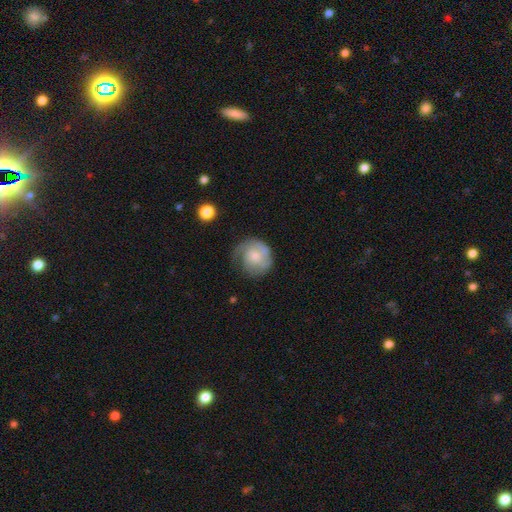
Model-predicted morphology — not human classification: smooth_or_featured: featured or disk (p=0.57) [alt: smooth p=0.37]
disk_edge_on: no (p=0.98) [alt: yes p=0.02]
bar: no (p=0.72) [alt: weak p=0.25]
has_spiral_arms: yes (p=0.86) [alt: no p=0.14]
bulge_size: small (p=0.41) [alt: moderate p=0.38]
merging: none (p=0.58) [alt: minor disturbance p=0.24]